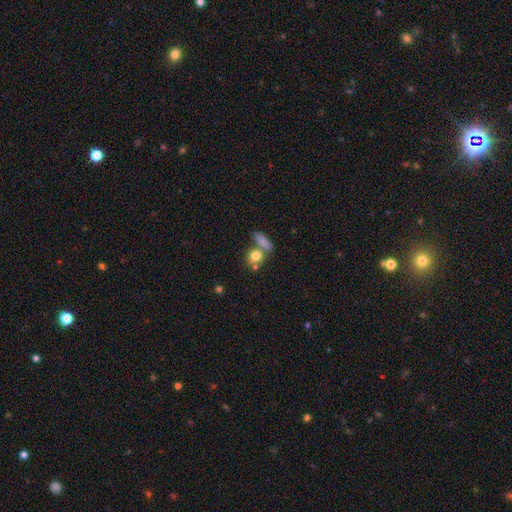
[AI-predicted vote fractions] smooth_or_featured: smooth (p=0.79) [alt: featured or disk p=0.11]
how_rounded: round (p=0.65) [alt: in between p=0.31]
merging: none (p=0.47) [alt: merger p=0.37]